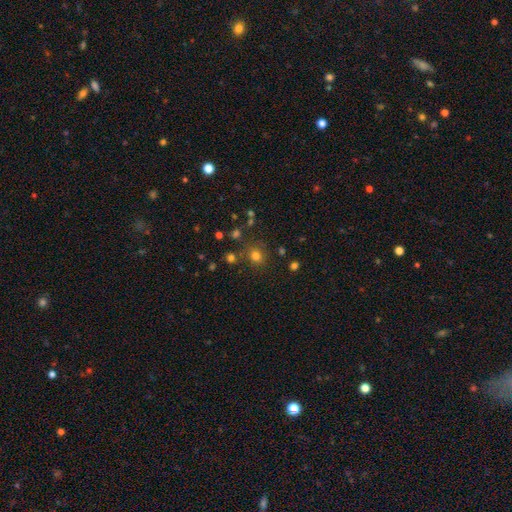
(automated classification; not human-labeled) The model was most divided on "smooth or featured": smooth: 74%, star or artifact: 19%, featured or disk: 7%. More confident: how rounded — round (79%); merging — none (78%).